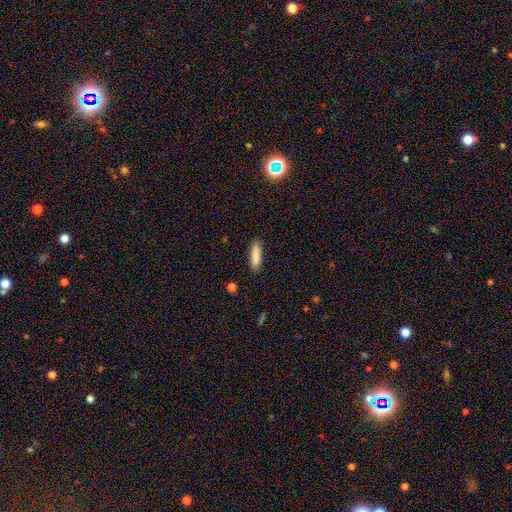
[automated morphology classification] smooth-or-featured: smooth: 87% | featured or disk: 7% | star or artifact: 6%
  how-rounded: cigar-shaped: 57% | in between: 42% | round: 2%
  merging: none: 88% | minor disturbance: 9% | major disturbance: 2% | merger: 1%